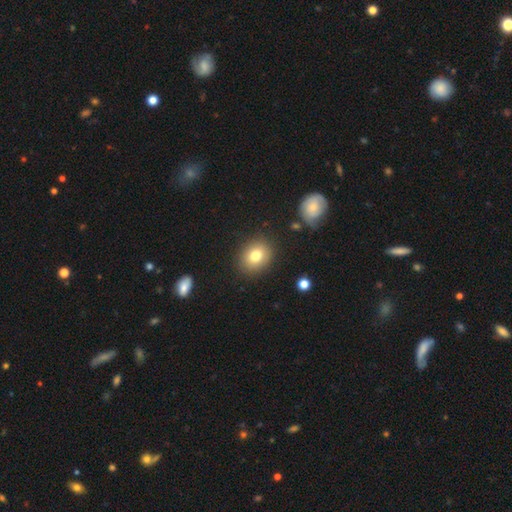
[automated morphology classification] Smooth or featured? smooth (79%)
How rounded? round (55%)
Merging? none (86%)